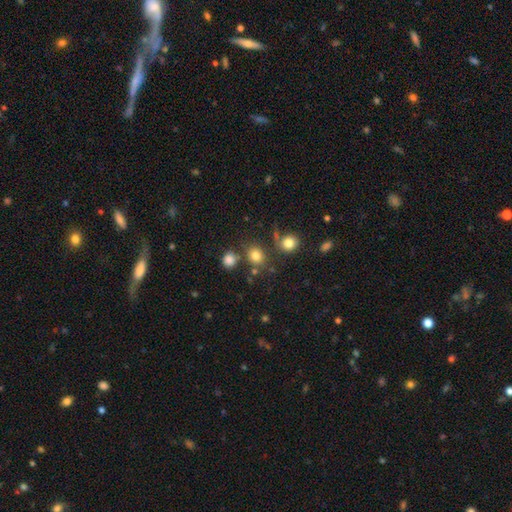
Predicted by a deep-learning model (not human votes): A smooth galaxy with no disk features (79%) that is round (77%). Merging: none (73%).